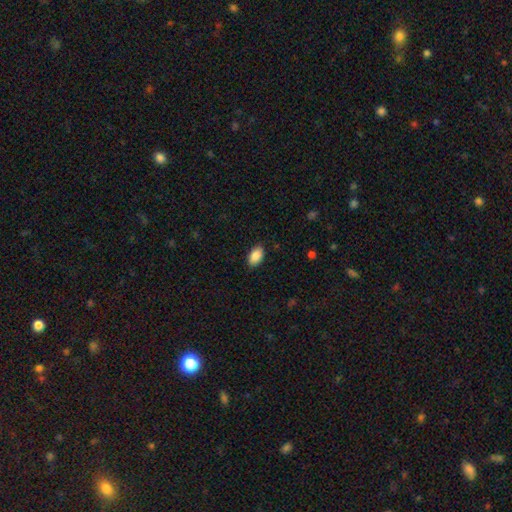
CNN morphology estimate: A smooth galaxy with no disk features (89%) that is in between round and cigar-shaped (93%). Merging: none (86%).